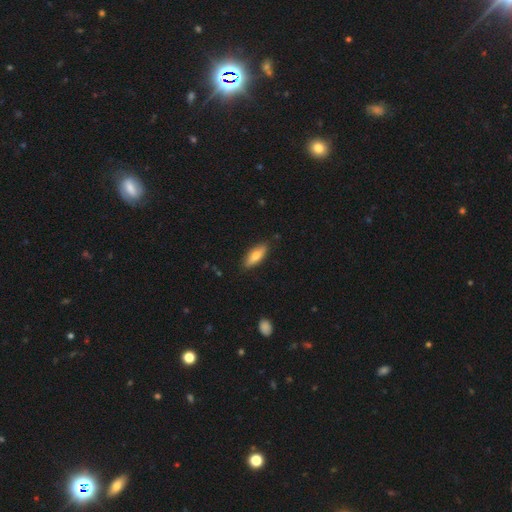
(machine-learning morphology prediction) This is likely a smooth galaxy (71%). How rounded: likely in between (64%). Merging: clearly none (86%).